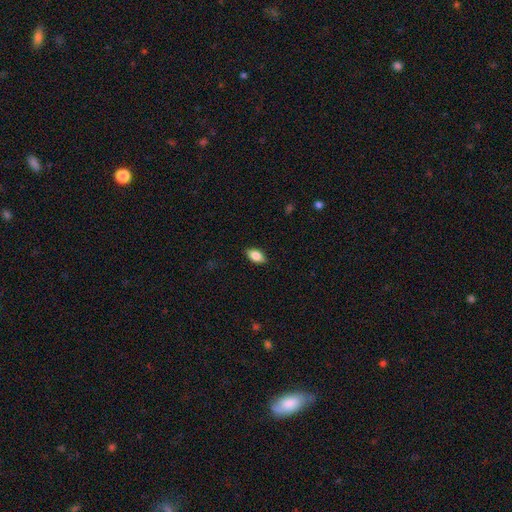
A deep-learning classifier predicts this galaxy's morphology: This is clearly a smooth galaxy (84%). How rounded: clearly in between (90%). Merging: clearly none (86%).